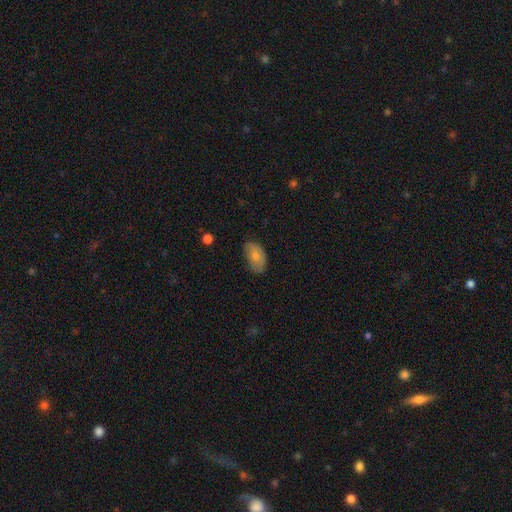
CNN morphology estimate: smooth 76%, featured or disk 17%, star or artifact 7%. Down the decision tree: how rounded — in between (93%); merging — none (67%).